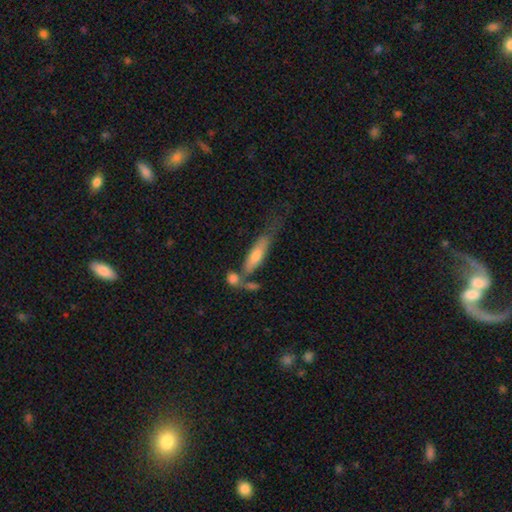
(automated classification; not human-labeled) A smooth galaxy with no disk features (50%).

Vote fractions:
- Smooth or featured? smooth: 50% / featured or disk: 41% / star or artifact: 9%
- Merging? none: 43% / merger: 26% / minor disturbance: 20% / major disturbance: 11%